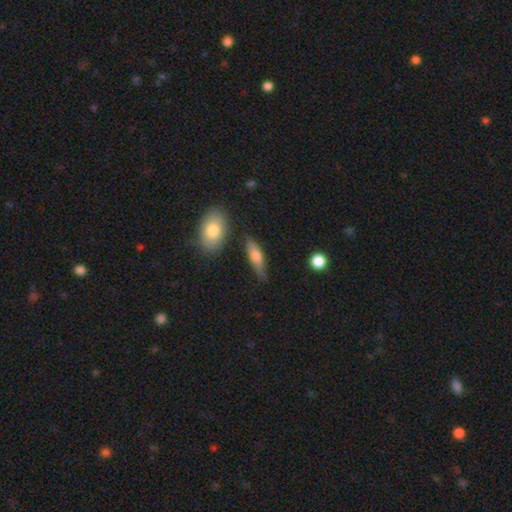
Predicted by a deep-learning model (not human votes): smooth_or_featured: smooth (p=0.65) [alt: featured or disk p=0.28]
how_rounded: in between (p=0.48) [tied with: cigar-shaped p=0.48]
merging: none (p=0.72) [alt: minor disturbance p=0.20]